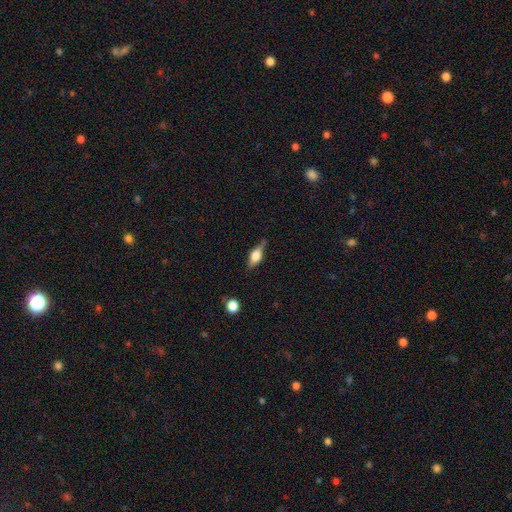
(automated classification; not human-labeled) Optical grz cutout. It shows a featured or disk galaxy (51%) viewed edge-on (93%). Merging: none (77%).